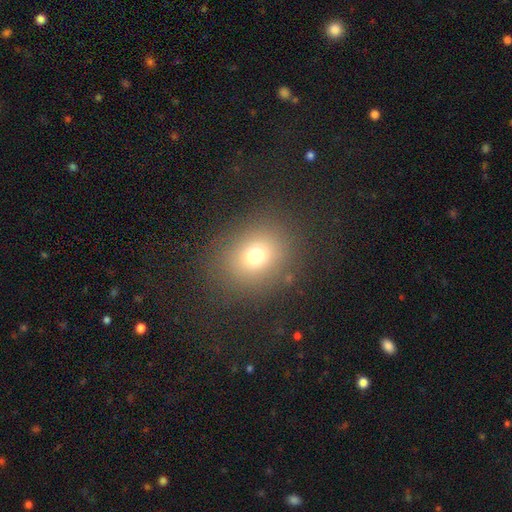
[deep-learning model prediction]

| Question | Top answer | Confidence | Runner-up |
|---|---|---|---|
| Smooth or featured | smooth | 72% | star or artifact (17%) |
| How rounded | round | 65% | in between (34%) |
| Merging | none | 83% | minor disturbance (10%) |